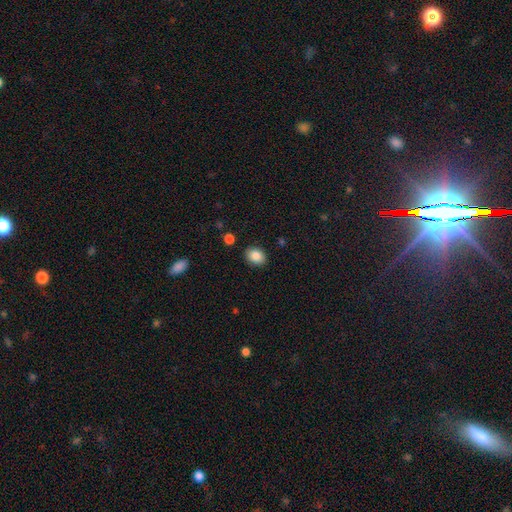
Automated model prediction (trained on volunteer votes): A smooth galaxy with no disk features (87%) that is in between round and cigar-shaped (65%).

Vote fractions:
- Smooth or featured? smooth: 87% / star or artifact: 8% / featured or disk: 5%
- How rounded? in between: 65% / round: 34% / cigar-shaped: 1%
- Merging? none: 88% / minor disturbance: 8% / major disturbance: 2% / merger: 2%